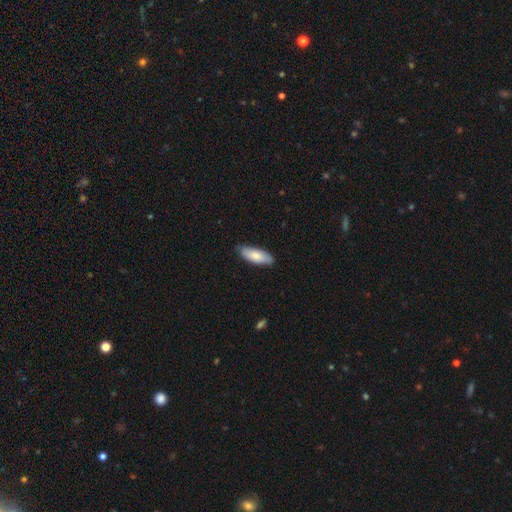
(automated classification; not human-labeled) Smooth or featured: smooth — 79% (featured or disk — 15%)
How rounded: in between — 74% (cigar-shaped — 24%)
Merging: none — 83% (minor disturbance — 14%)